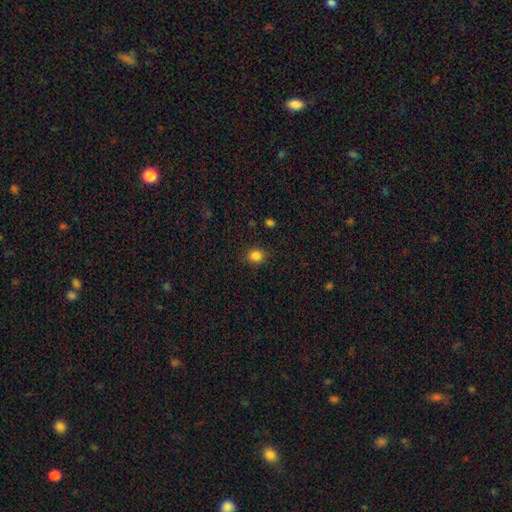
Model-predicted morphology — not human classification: This appears to be a smooth galaxy with no disk features (84%) that is round (75%). Merging: none (89%).